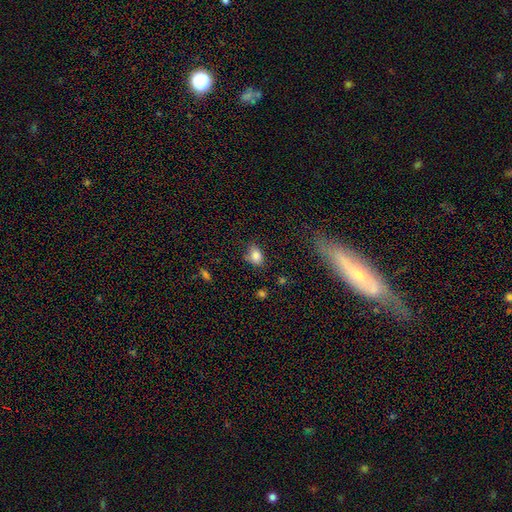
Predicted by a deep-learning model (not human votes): Morphology: type=smooth (83%); roundness=in between (72%); merging=none (64%).